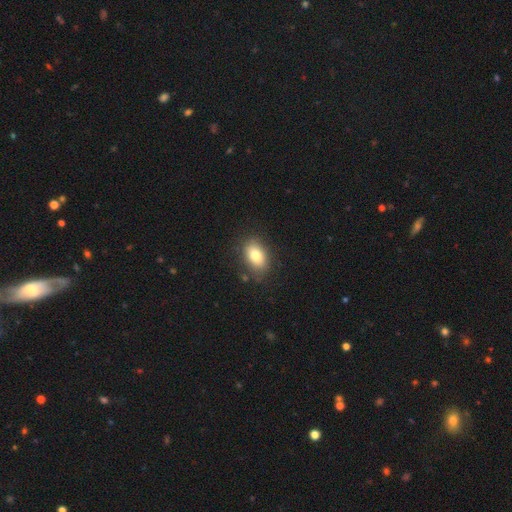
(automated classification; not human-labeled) Smooth or featured? smooth (79%)
How rounded? in between (85%)
Merging? none (81%)